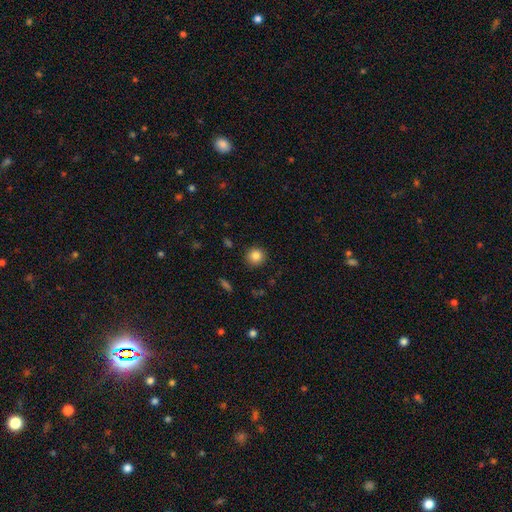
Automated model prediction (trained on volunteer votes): Smooth or featured? smooth (84%)
How rounded? round (92%)
Merging? none (90%)